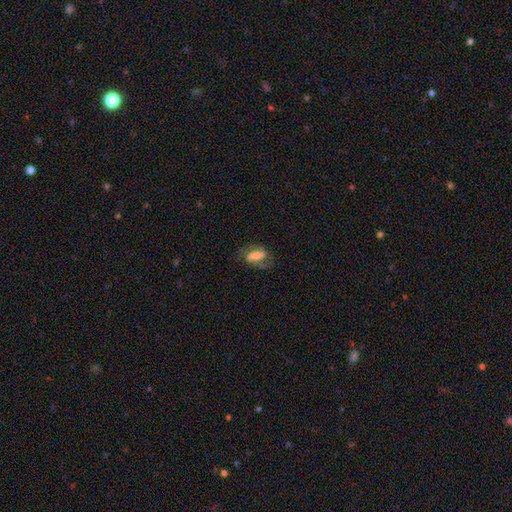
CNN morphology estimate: Smooth or featured? featured or disk (63%)
Edge-on disk? no (94%)
Bar? strong (51%)
Spiral arms? yes (87%)
Spiral winding? medium (49%)
Spiral arm count? 2 (85%)
Bulge size? moderate (35%)
Merging? none (68%)